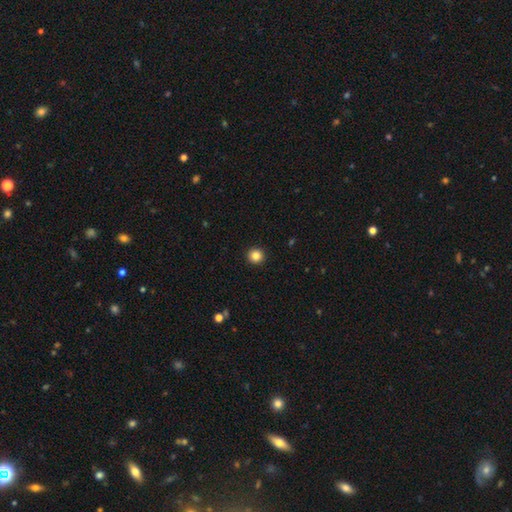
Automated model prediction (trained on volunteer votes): Smooth or featured? Predicted: smooth (p=0.84). How rounded? Predicted: round (p=0.95). Merging? Predicted: none (p=0.93).